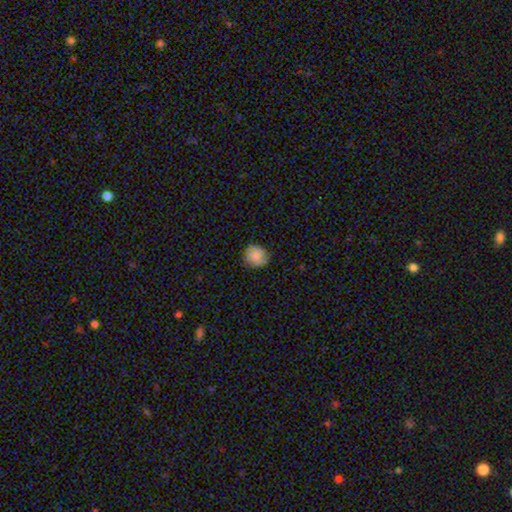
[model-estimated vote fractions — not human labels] Morphology: type=smooth (80%); roundness=round (80%); merging=none (80%).